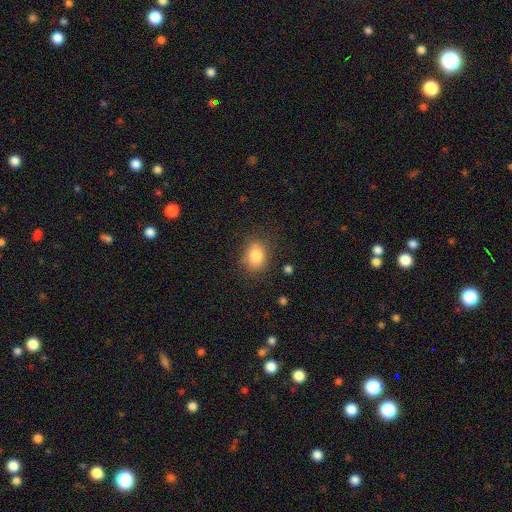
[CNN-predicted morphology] This appears to be a smooth galaxy with no disk features (83%) that is in between round and cigar-shaped (50%). Merging: none (79%).